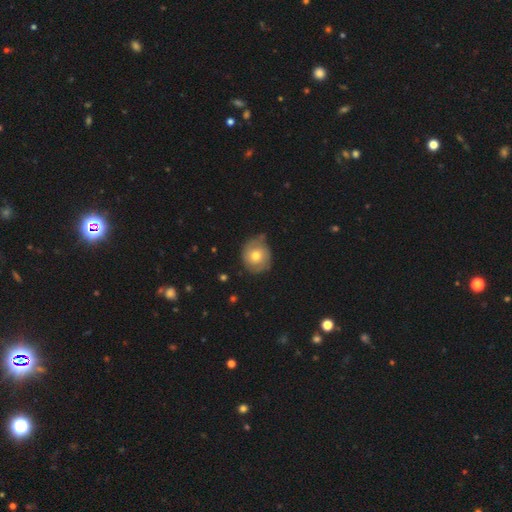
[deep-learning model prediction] Smooth or featured? smooth (59%)
How rounded? round (83%)
Merging? none (66%)